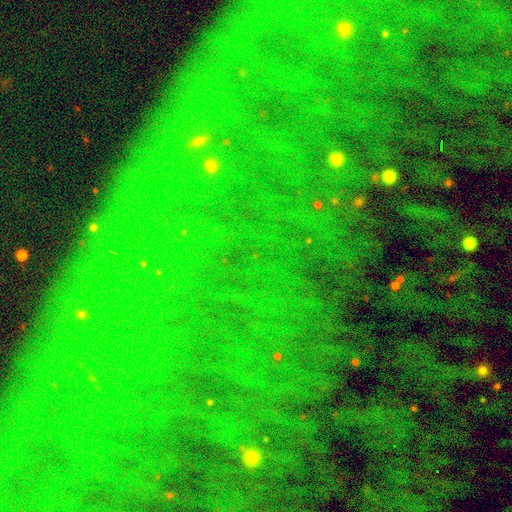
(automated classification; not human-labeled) This is clearly a star or artifact rather than a galaxy (85%).